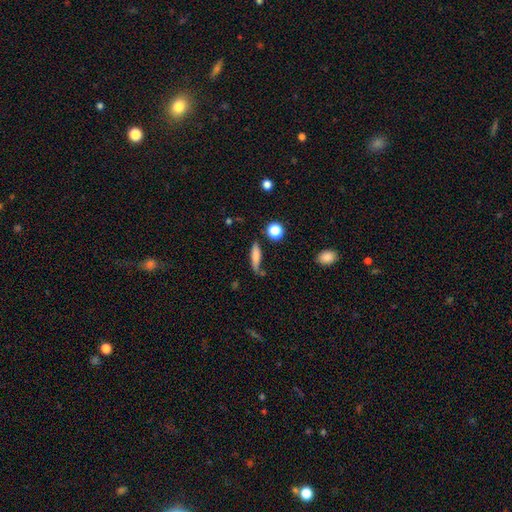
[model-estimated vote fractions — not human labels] smooth-or-featured: smooth: 72% | featured or disk: 19% | star or artifact: 9%
  how-rounded: cigar-shaped: 71% | in between: 25% | round: 4%
  merging: none: 63% | minor disturbance: 23% | major disturbance: 8% | merger: 7%